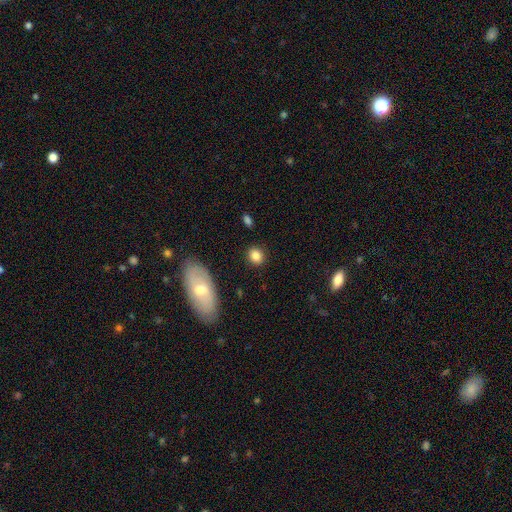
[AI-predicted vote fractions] Smooth or featured? Predicted: smooth (p=0.84). How rounded? Predicted: round (p=0.76). Merging? Predicted: none (p=0.88).